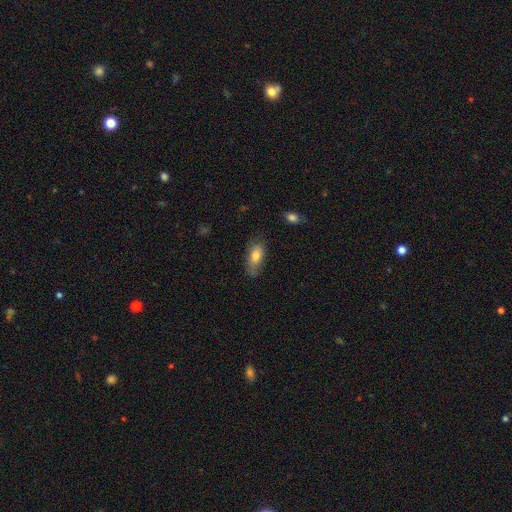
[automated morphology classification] A smooth galaxy with no disk features (75%) that is in between round and cigar-shaped (83%).

Vote fractions:
- Smooth or featured? smooth: 75% / featured or disk: 17% / star or artifact: 8%
- How rounded? in between: 83% / cigar-shaped: 14% / round: 4%
- Merging? none: 64% / minor disturbance: 27% / major disturbance: 7% / merger: 2%